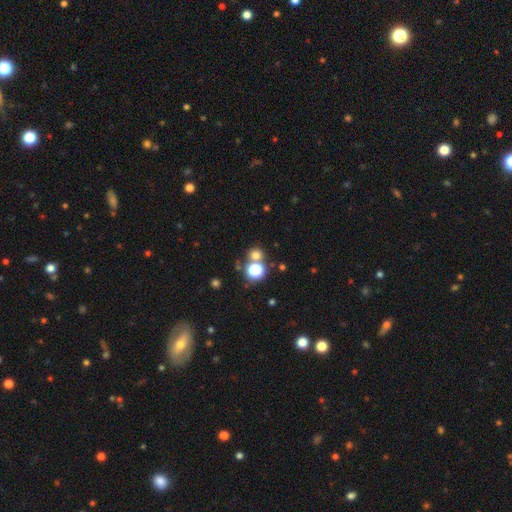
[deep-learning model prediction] Q: Smooth or featured?
A: smooth (67%); runner-up: star or artifact (25%)
Q: How rounded?
A: round (86%); runner-up: in between (13%)
Q: Merging?
A: none (65%); runner-up: merger (24%)